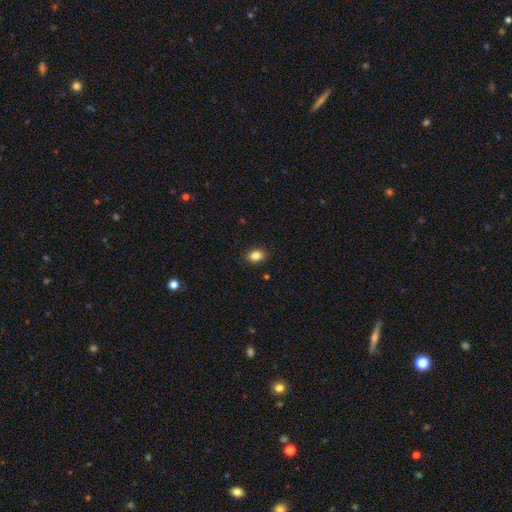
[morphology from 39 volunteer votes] A smooth galaxy with no disk features (92%) that is in between round and cigar-shaped (75%).

Vote fractions:
- Smooth or featured? smooth: 92% / featured or disk: 8% / star or artifact: 0%
- How rounded? in between: 75% / round: 22% / cigar-shaped: 3%
- Merging? none: 95% / minor disturbance: 3% / merger: 3% / major disturbance: 0%